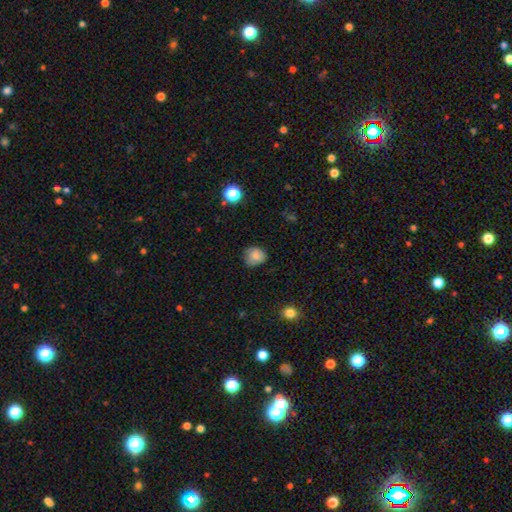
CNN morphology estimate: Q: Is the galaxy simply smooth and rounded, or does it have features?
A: smooth — 81%.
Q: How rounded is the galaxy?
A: round — 74%.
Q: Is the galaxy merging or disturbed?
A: none — 71%.